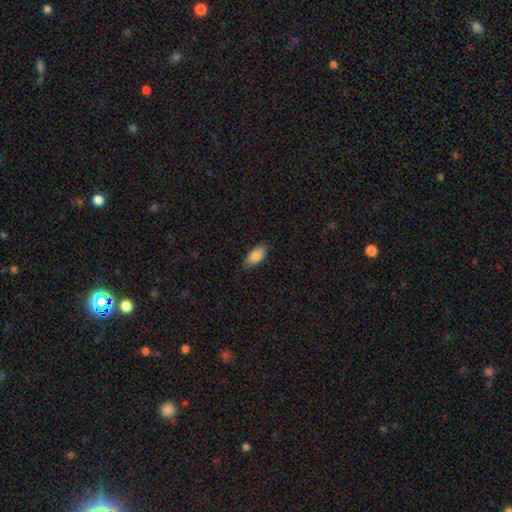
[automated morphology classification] smooth-or-featured: smooth: 85% | featured or disk: 8% | star or artifact: 6%
  how-rounded: in between: 90% | cigar-shaped: 8% | round: 2%
  merging: none: 83% | minor disturbance: 14% | major disturbance: 2% | merger: 1%